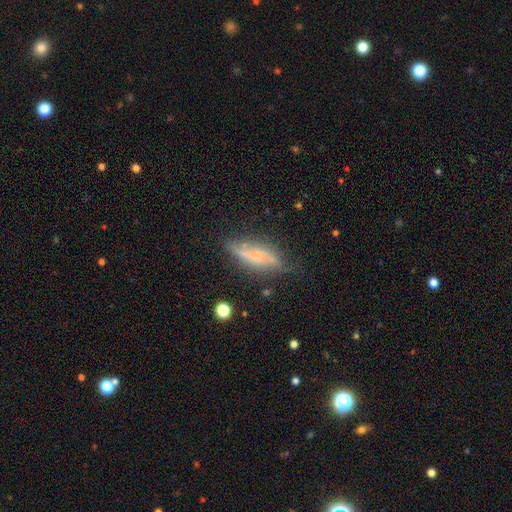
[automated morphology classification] smooth_or_featured: featured or disk (p=0.52) [alt: smooth p=0.37]
disk_edge_on: yes (p=0.65) [alt: no p=0.35]
merging: none (p=0.56) [alt: minor disturbance p=0.28]